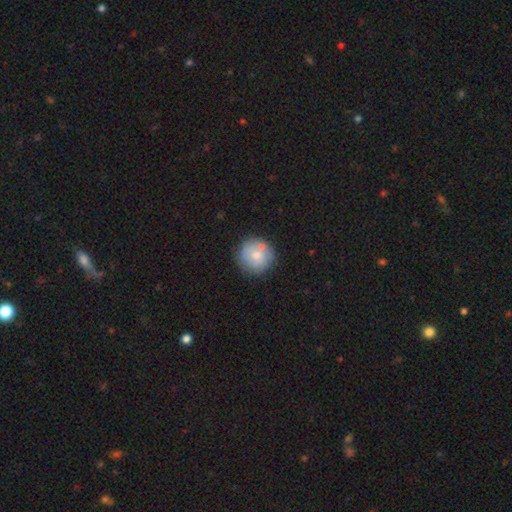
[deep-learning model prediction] smooth 69%, featured or disk 24%, star or artifact 7%. Down the decision tree: how rounded — round (94%); merging — none (72%).